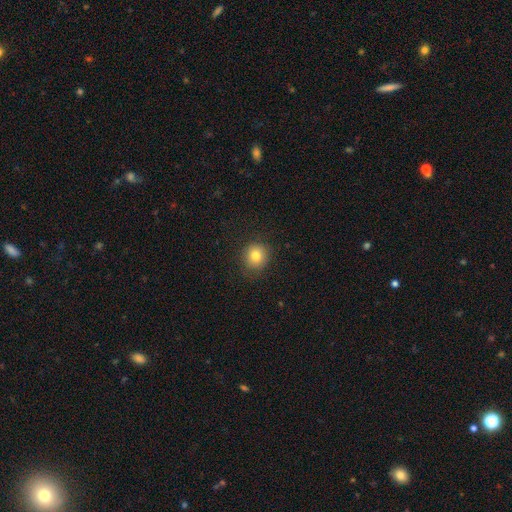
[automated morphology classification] smooth 79%, star or artifact 12%, featured or disk 9%. Down the decision tree: how rounded — round (86%); merging — none (87%).